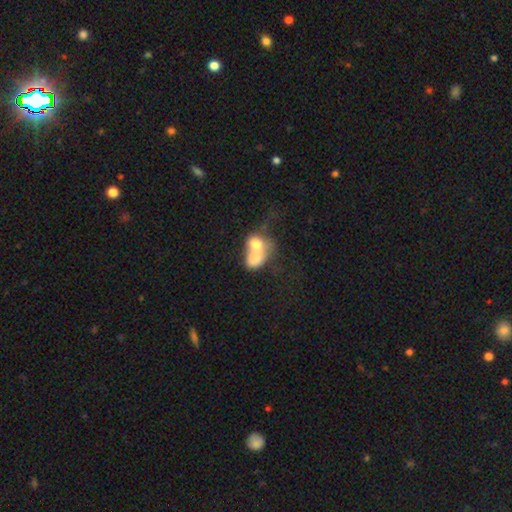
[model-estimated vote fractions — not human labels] Overall: smooth (64%; featured or disk 27%). How rounded: in between (54%; round 45%). Merging: merger (78%).